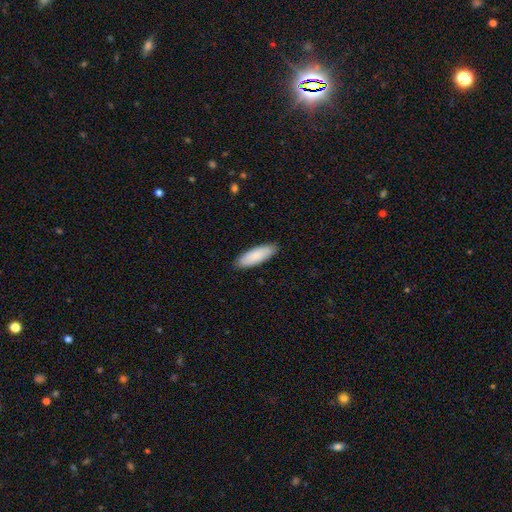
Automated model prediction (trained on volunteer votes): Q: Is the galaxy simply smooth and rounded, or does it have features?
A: smooth — 86%.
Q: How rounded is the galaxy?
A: in between — 61%.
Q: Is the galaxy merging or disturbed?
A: none — 88%.